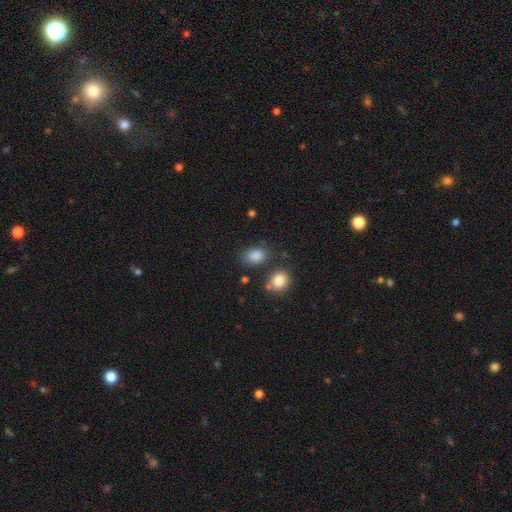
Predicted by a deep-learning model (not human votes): This is clearly a smooth galaxy (86%). How rounded: likely in between (79%). Merging: likely none (71%).